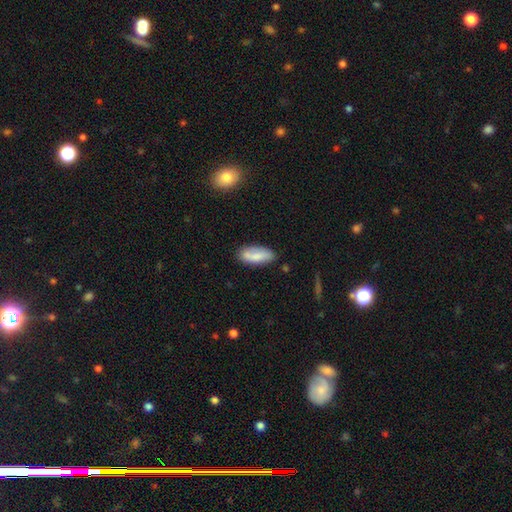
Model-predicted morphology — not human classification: This is likely a smooth galaxy (75%). How rounded: clearly in between (80%). Merging: likely none (67%).